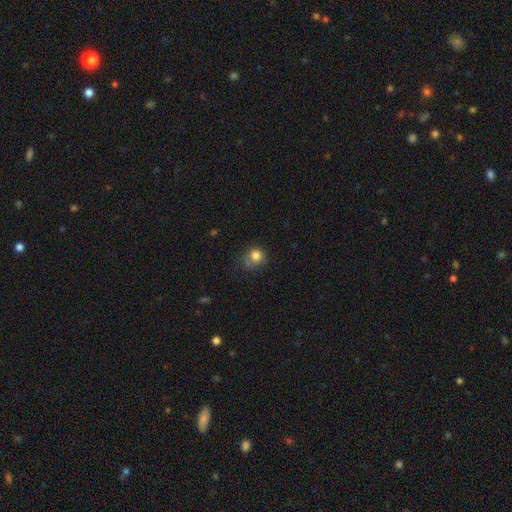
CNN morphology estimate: Q: Smooth or featured?
A: smooth (82%); runner-up: star or artifact (12%)
Q: How rounded?
A: round (77%); runner-up: in between (23%)
Q: Merging?
A: none (54%); runner-up: minor disturbance (31%)